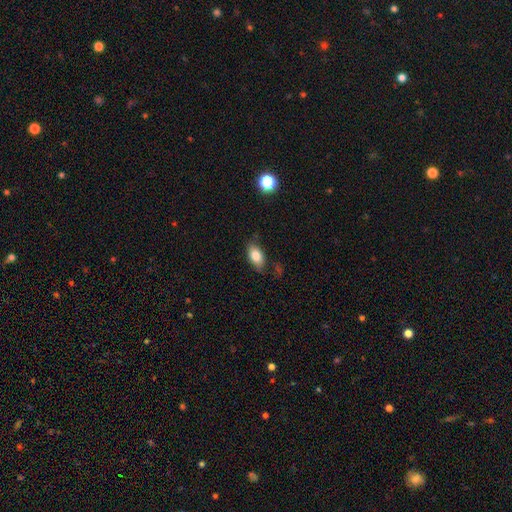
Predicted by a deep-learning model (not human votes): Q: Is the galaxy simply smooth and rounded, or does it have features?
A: smooth — 81%.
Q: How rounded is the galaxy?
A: in between — 89%.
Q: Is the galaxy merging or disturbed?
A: none — 76%.